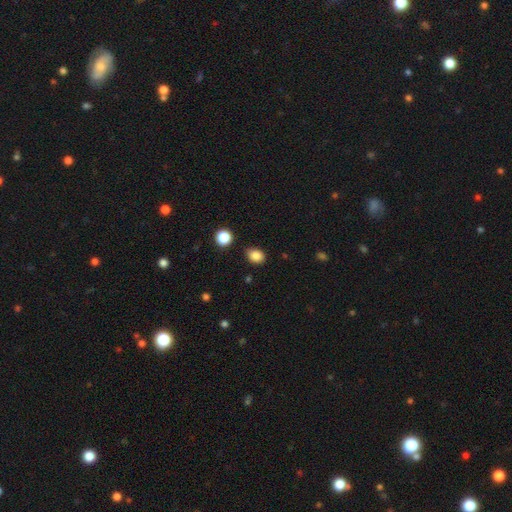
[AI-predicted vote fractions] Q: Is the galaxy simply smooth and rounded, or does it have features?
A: smooth — 86%.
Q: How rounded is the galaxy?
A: in between — 60%.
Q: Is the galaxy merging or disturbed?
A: none — 83%.